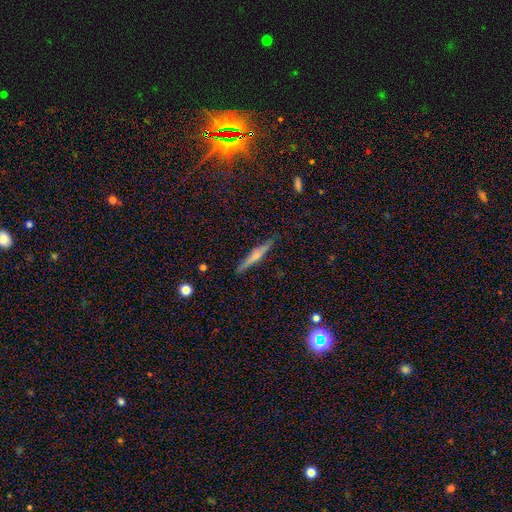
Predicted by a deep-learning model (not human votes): Overall: featured or disk (54%; smooth 38%). Edge-on disk: yes (96%). Edge-on bulge: rounded (61%; none 27%). Merging: none (88%).